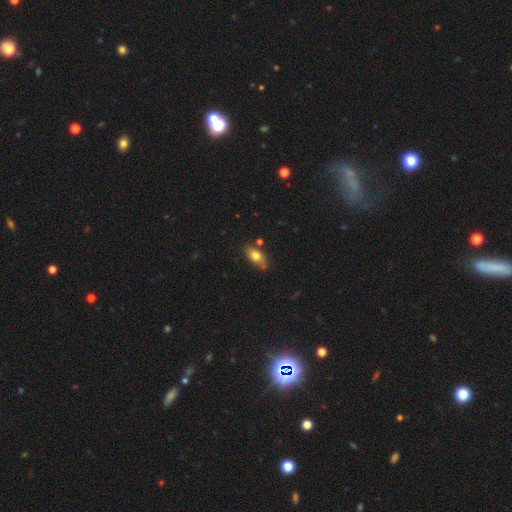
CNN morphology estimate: This appears to be a smooth galaxy with no disk features (73%) that is in between round and cigar-shaped (85%). Merging: none (65%).